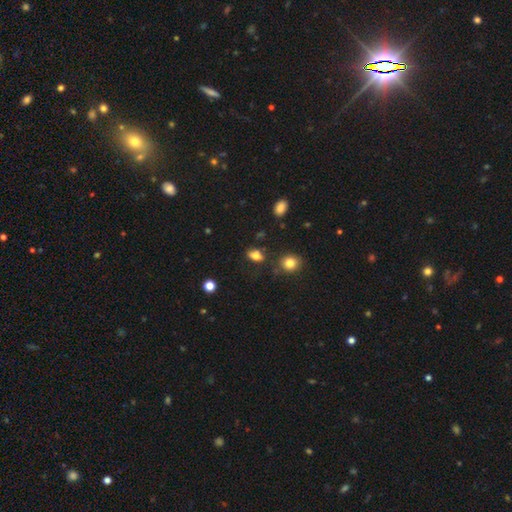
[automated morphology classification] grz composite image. It shows a smooth galaxy with no disk features (80%) that is in between round and cigar-shaped (80%). Merging: none (73%).